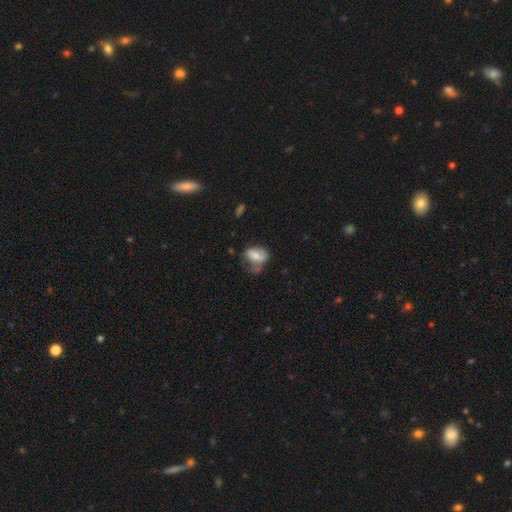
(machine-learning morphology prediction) Smooth or featured?
  - smooth: 61% *
  - featured or disk: 32%
  - star or artifact: 8%
How rounded?
  - in between: 76% *
  - round: 22%
  - cigar-shaped: 2%
Merging?
  - none: 33% * (tied)
  - minor disturbance: 33% * (tied)
  - major disturbance: 25%
  - merger: 9%